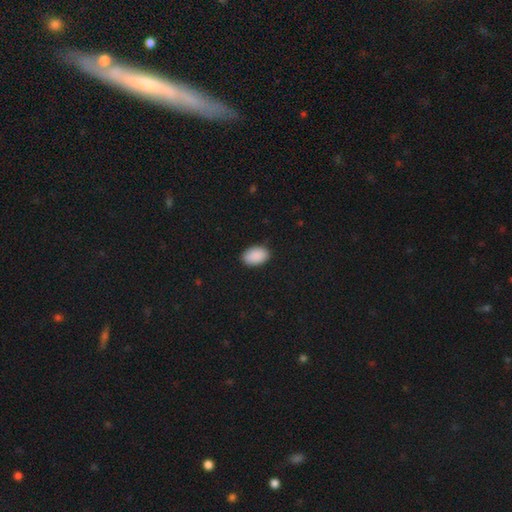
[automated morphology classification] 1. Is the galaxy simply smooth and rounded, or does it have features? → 91% smooth, 7% star or artifact, 2% featured or disk.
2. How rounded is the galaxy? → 91% in between, 8% round, 1% cigar-shaped.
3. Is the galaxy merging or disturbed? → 88% none, 9% minor disturbance, 2% major disturbance, 1% merger.